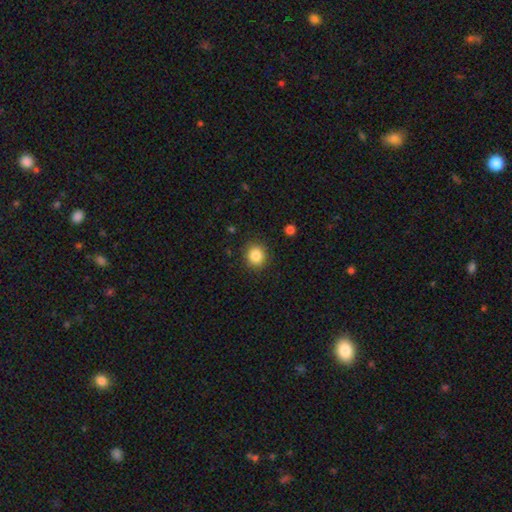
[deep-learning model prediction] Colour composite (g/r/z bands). It shows a smooth galaxy with no disk features (85%) that is round (83%). Merging: none (89%).